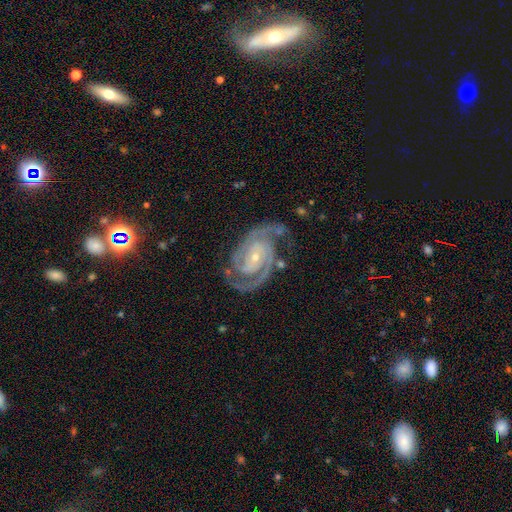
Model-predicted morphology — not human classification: Smooth or featured? Predicted: featured or disk (p=0.90). Edge-on disk? Predicted: no (p=0.97). Bar? Predicted: no (p=0.48). Spiral arms? Predicted: yes (p=0.98). Spiral winding? Predicted: tight (p=0.60). Spiral arm count? Predicted: 2 (p=0.75). Bulge size? Predicted: small (p=0.72). Merging? Predicted: none (p=0.76).